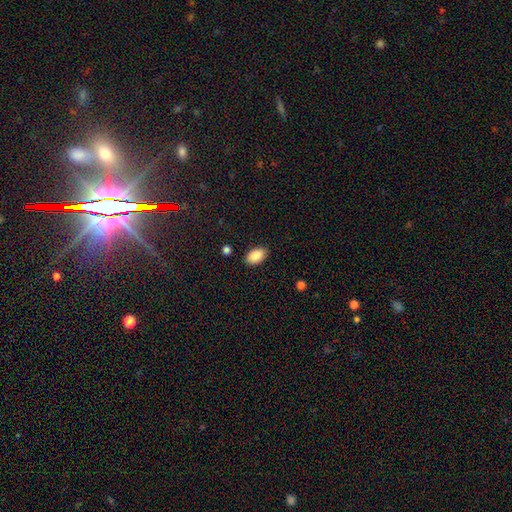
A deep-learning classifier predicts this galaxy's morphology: smooth-or-featured: smooth: 89% | star or artifact: 7% | featured or disk: 4%
  how-rounded: in between: 93% | round: 6% | cigar-shaped: 1%
  merging: none: 87% | minor disturbance: 10% | major disturbance: 2% | merger: 1%